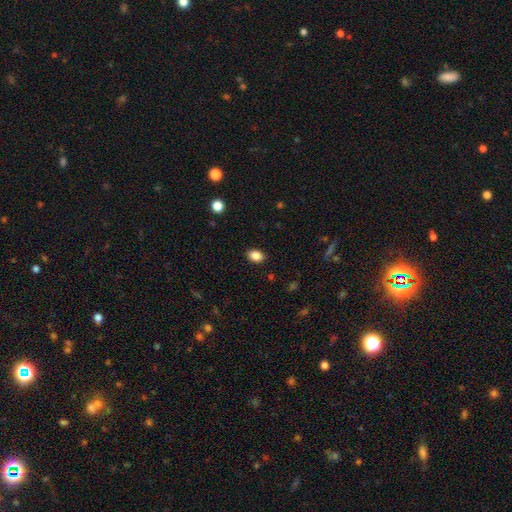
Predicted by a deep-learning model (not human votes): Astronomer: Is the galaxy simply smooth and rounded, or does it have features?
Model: smooth — 87%.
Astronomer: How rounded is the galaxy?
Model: in between — 80%.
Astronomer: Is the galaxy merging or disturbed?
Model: none — 88%.